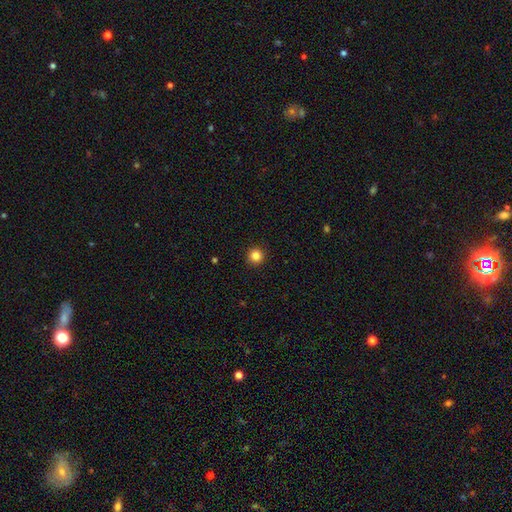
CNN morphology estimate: Smooth or featured? smooth (85%)
How rounded? round (95%)
Merging? none (93%)